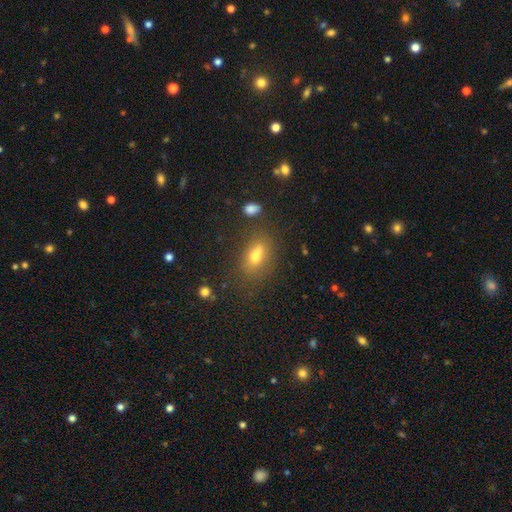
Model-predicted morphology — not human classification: Smooth or featured?
  - smooth: 66% *
  - featured or disk: 18%
  - star or artifact: 16%
How rounded?
  - in between: 75% *
  - round: 15%
  - cigar-shaped: 10%
Merging?
  - none: 54% *
  - merger: 21%
  - minor disturbance: 17%
  - major disturbance: 9%